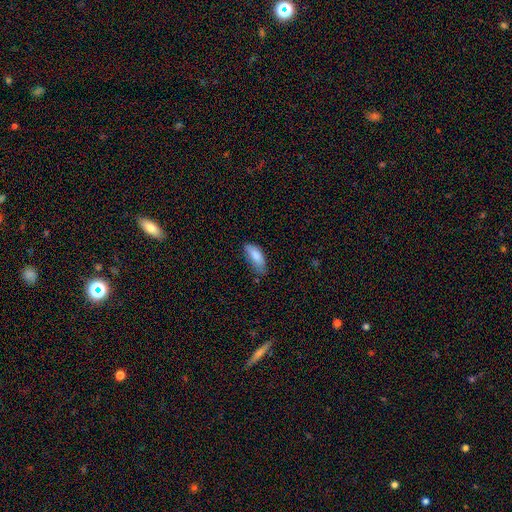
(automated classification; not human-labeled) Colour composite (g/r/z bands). It shows a smooth galaxy with no disk features (84%) that is in between round and cigar-shaped (78%). Merging: none (58%).